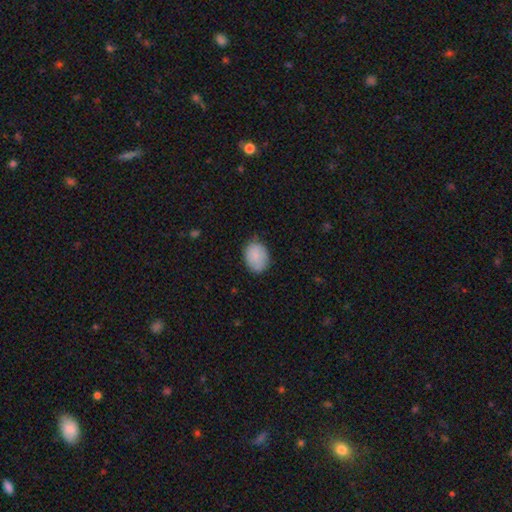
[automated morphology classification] This appears to be a smooth galaxy with no disk features (85%) that is in between round and cigar-shaped (67%). Merging: none (75%).